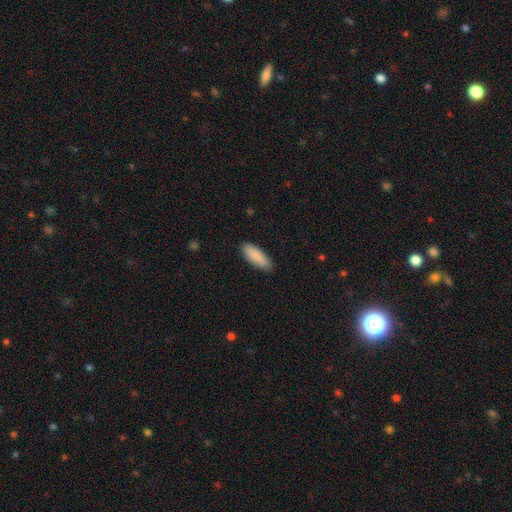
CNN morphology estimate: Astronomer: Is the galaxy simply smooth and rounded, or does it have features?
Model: smooth — 87%.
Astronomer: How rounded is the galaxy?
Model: in between — 69%.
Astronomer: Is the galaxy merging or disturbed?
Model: none — 85%.